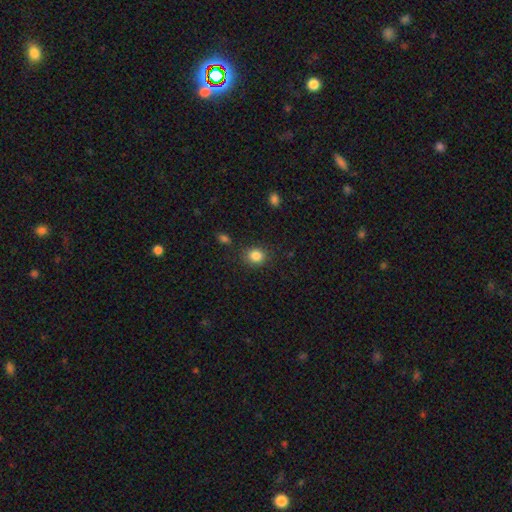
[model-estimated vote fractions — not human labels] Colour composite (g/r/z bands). It shows a smooth galaxy with no disk features (85%) that is round (79%). Merging: none (84%).